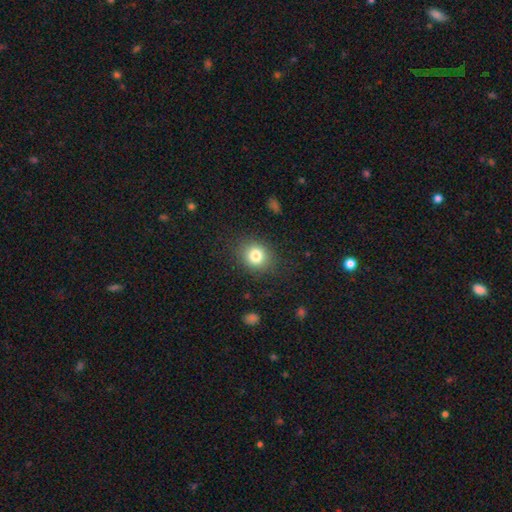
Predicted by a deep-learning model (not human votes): Q: Smooth or featured?
A: smooth (81%); runner-up: star or artifact (11%)
Q: How rounded?
A: round (71%); runner-up: in between (29%)
Q: Merging?
A: none (85%); runner-up: minor disturbance (10%)